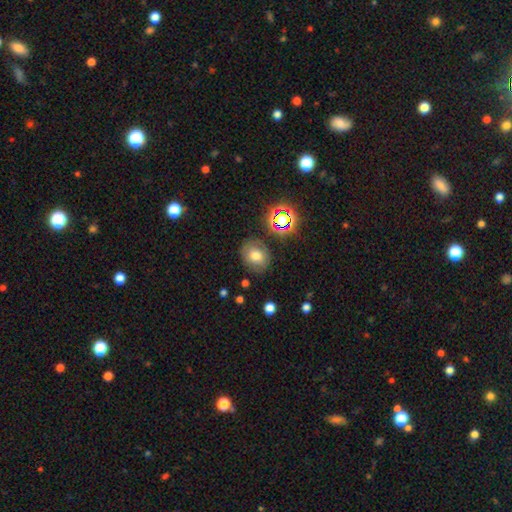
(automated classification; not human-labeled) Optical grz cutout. It shows a smooth galaxy with no disk features (68%) that is round (53%). Merging: none (78%).